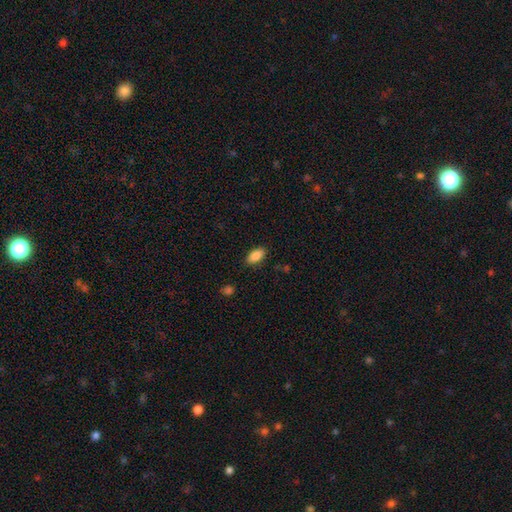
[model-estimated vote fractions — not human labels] The model was most divided on "merging": none: 87%, minor disturbance: 10%, major disturbance: 2%, merger: 1%. More confident: how rounded — in between (92%); smooth or featured — smooth (88%).